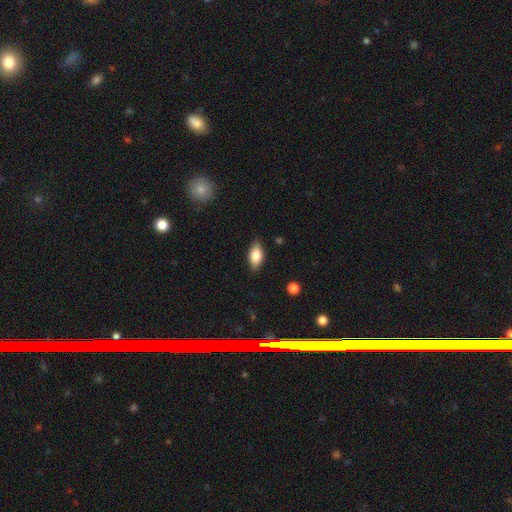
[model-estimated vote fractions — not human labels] Smooth or featured: smooth — 80% (featured or disk — 13%)
How rounded: in between — 89% (cigar-shaped — 6%)
Merging: none — 84% (minor disturbance — 12%)